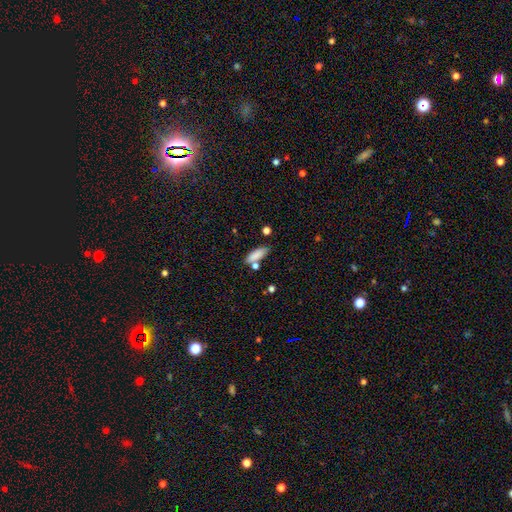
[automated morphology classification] Smooth or featured: smooth — 84% (featured or disk — 8%)
How rounded: in between — 58% (cigar-shaped — 39%)
Merging: none — 66% (minor disturbance — 17%)